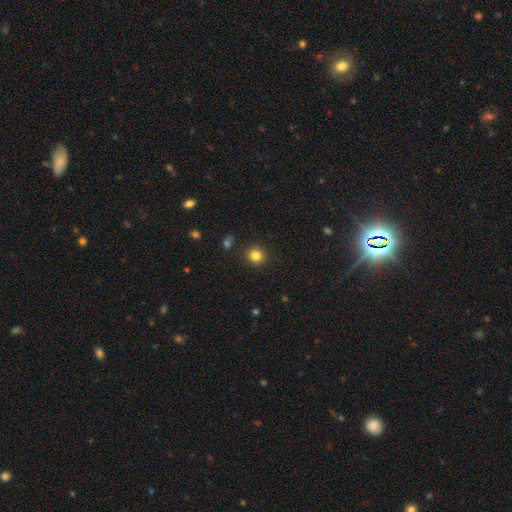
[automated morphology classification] Overall: smooth (83%). How rounded: round (88%). Merging: none (90%).